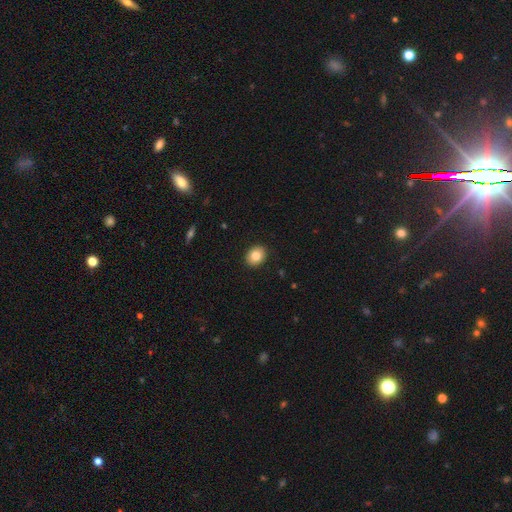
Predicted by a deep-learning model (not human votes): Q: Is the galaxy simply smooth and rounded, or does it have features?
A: smooth — 82%.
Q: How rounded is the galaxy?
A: round — 57%.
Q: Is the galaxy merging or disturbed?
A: none — 91%.